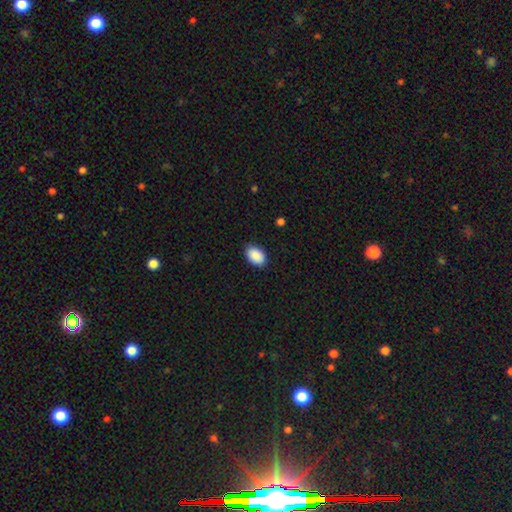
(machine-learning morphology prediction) Smooth or featured?
  - smooth: 91% *
  - star or artifact: 7%
  - featured or disk: 3%
How rounded?
  - in between: 89% *
  - round: 10%
  - cigar-shaped: 1%
Merging?
  - none: 87% *
  - minor disturbance: 10%
  - major disturbance: 2%
  - merger: 1%